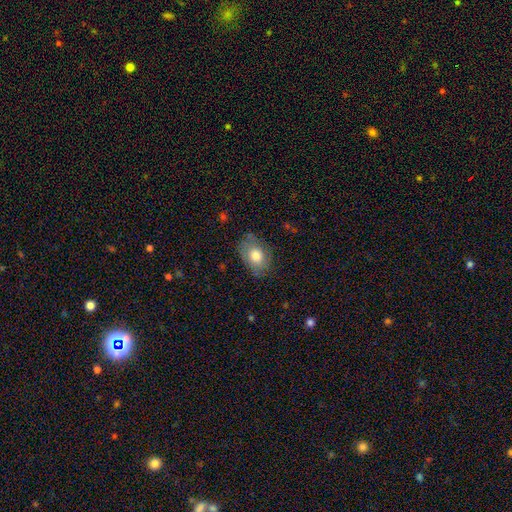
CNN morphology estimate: Smooth or featured: smooth — 73% (featured or disk — 20%)
How rounded: in between — 77% (round — 22%)
Merging: none — 70% (minor disturbance — 22%)